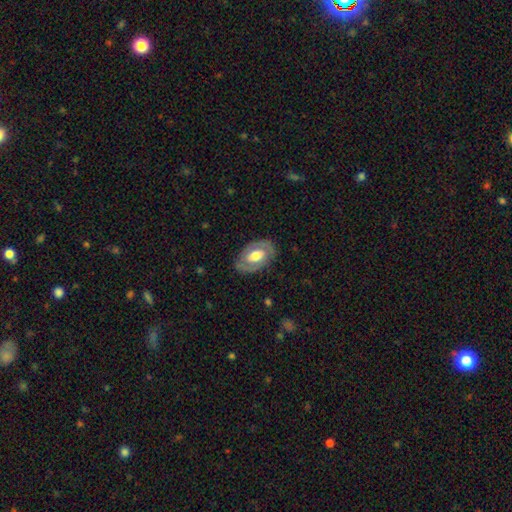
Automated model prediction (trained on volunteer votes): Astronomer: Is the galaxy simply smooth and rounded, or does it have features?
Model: featured or disk — 59% (runner-up: smooth, 36%).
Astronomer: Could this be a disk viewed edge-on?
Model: no — 92%.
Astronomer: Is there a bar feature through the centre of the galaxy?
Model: no — 59%.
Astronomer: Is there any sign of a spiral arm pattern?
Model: no — 53% (runner-up: yes, 47%).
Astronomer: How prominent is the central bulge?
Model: moderate — 56% (runner-up: large, 34%).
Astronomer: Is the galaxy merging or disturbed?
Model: none — 80%.